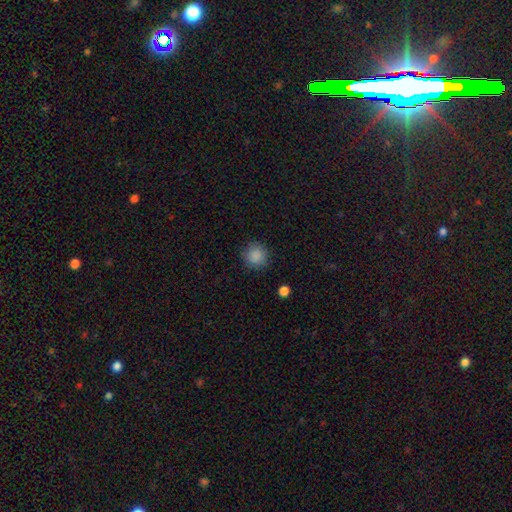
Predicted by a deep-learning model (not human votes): Smooth or featured?
  - smooth: 87% *
  - star or artifact: 9%
  - featured or disk: 3%
How rounded?
  - round: 93% *
  - in between: 6%
  - cigar-shaped: 1%
Merging?
  - none: 88% *
  - minor disturbance: 8%
  - major disturbance: 3%
  - merger: 1%